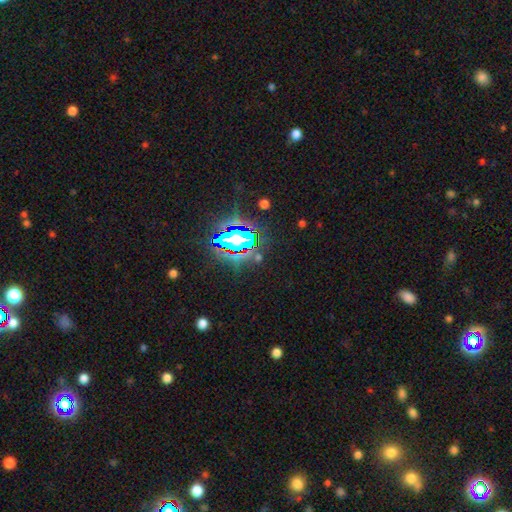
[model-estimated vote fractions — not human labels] star or artifact 72%, smooth 16%, featured or disk 12%.